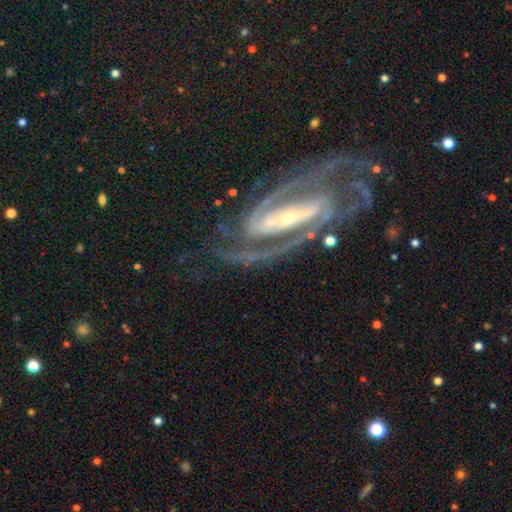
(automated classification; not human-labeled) Smooth or featured? Predicted: featured or disk (p=0.90). Edge-on disk? Predicted: no (p=0.94). Bar? Predicted: strong (p=0.65). Spiral arms? Predicted: yes (p=0.98). Spiral winding? Predicted: tight (p=0.46). Spiral arm count? Predicted: 2 (p=0.83). Bulge size? Predicted: small (p=0.67). Merging? Predicted: none (p=0.75).